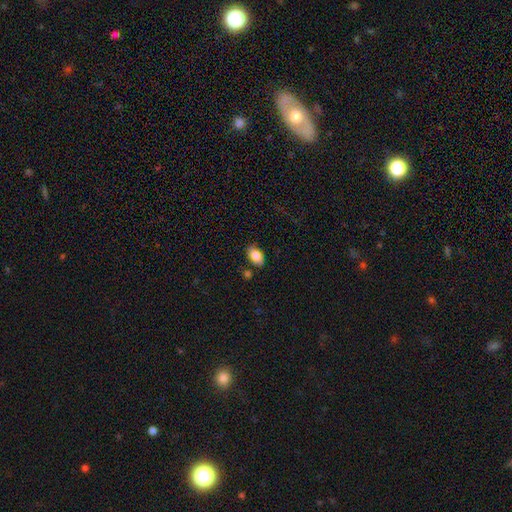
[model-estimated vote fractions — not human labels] This appears to be a smooth galaxy with no disk features (84%) that is in between round and cigar-shaped (89%). Merging: none (82%).